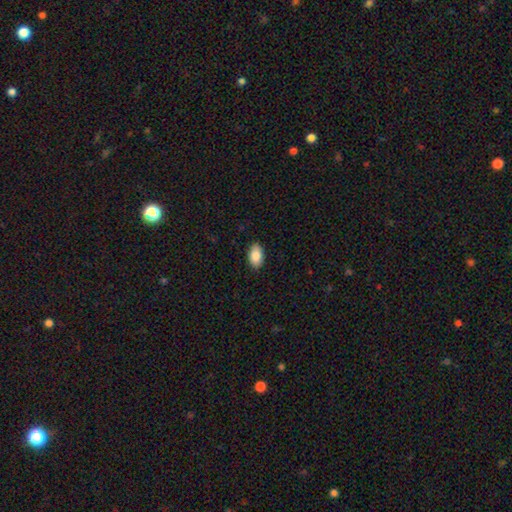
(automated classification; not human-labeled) smooth 87%, star or artifact 7%, featured or disk 6%. Down the decision tree: how rounded — in between (93%); merging — none (89%).